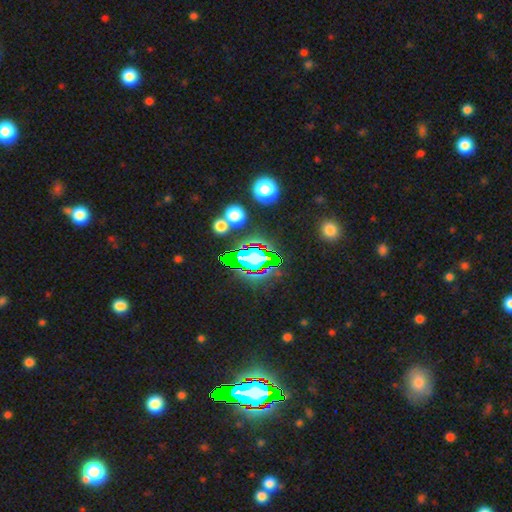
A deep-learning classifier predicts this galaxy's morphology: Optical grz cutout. It shows a star or artifact, not a galaxy (80%).